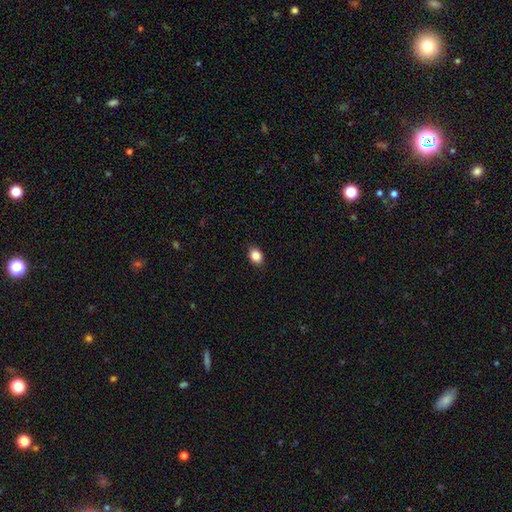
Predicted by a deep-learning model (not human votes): smooth-or-featured: smooth: 86% | star or artifact: 9% | featured or disk: 5%
  how-rounded: in between: 64% | round: 35% | cigar-shaped: 1%
  merging: none: 87% | minor disturbance: 10% | major disturbance: 2% | merger: 1%